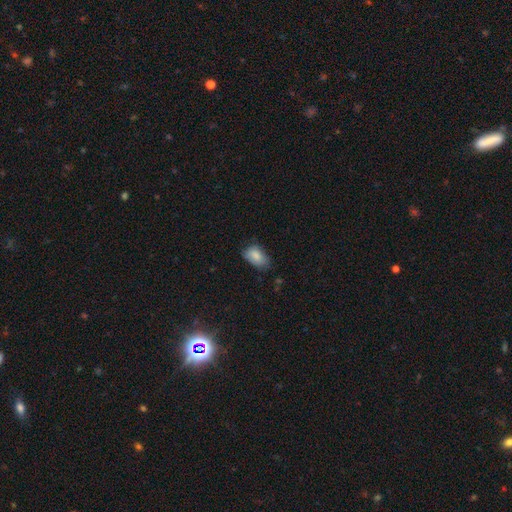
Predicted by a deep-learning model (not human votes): A smooth galaxy with no disk features (83%) that is in between round and cigar-shaped (91%).

Vote fractions:
- Smooth or featured? smooth: 83% / featured or disk: 10% / star or artifact: 8%
- How rounded? in between: 91% / round: 7% / cigar-shaped: 2%
- Merging? none: 60% / minor disturbance: 32% / major disturbance: 7% / merger: 2%